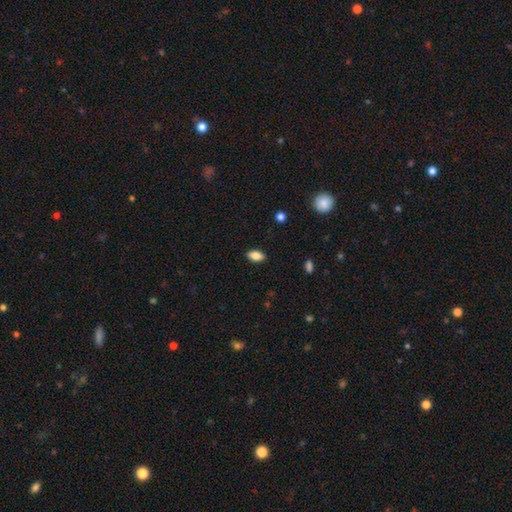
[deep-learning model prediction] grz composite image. It shows a smooth galaxy with no disk features (83%) that is in between round and cigar-shaped (90%). Merging: none (88%).